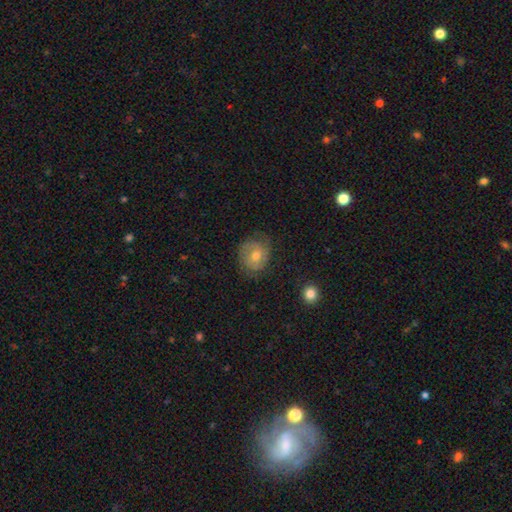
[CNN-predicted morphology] A featured or disk galaxy (49%).

Vote fractions:
- Smooth or featured? featured or disk: 49% / smooth: 43% / star or artifact: 8%
- Merging? none: 70% / minor disturbance: 21% / major disturbance: 8% / merger: 1%